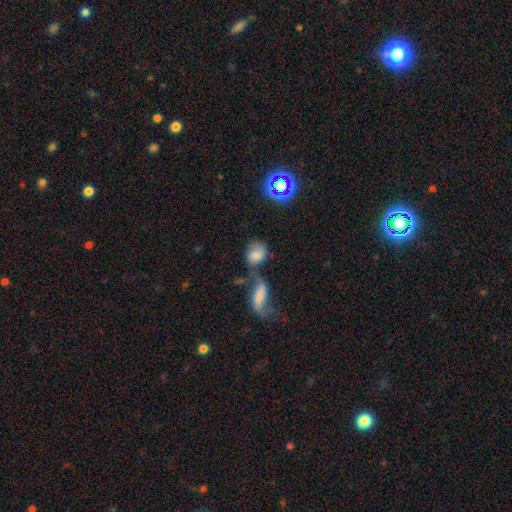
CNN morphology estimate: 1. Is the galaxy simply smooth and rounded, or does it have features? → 67% smooth, 20% featured or disk, 14% star or artifact.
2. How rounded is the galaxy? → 60% in between, 37% round, 3% cigar-shaped.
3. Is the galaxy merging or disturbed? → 45% merger, 27% none, 14% major disturbance, 14% minor disturbance.